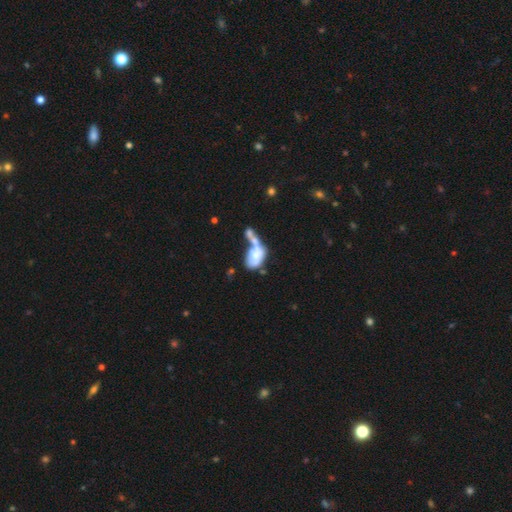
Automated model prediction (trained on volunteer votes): Smooth or featured?
  - smooth: 55% *
  - featured or disk: 37%
  - star or artifact: 8%
How rounded?
  - in between: 84% *
  - round: 12%
  - cigar-shaped: 4%
Merging?
  - merger: 61% *
  - major disturbance: 17%
  - none: 13%
  - minor disturbance: 9%